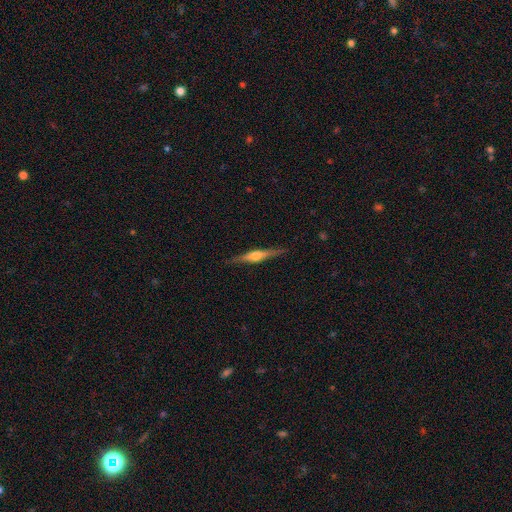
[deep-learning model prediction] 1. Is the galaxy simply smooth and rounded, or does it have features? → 74% featured or disk, 20% smooth, 6% star or artifact.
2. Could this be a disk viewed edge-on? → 98% yes, 2% no.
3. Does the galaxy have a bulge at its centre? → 90% rounded, 7% boxy, 3% none.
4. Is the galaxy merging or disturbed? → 89% none, 9% minor disturbance, 2% major disturbance, 1% merger.